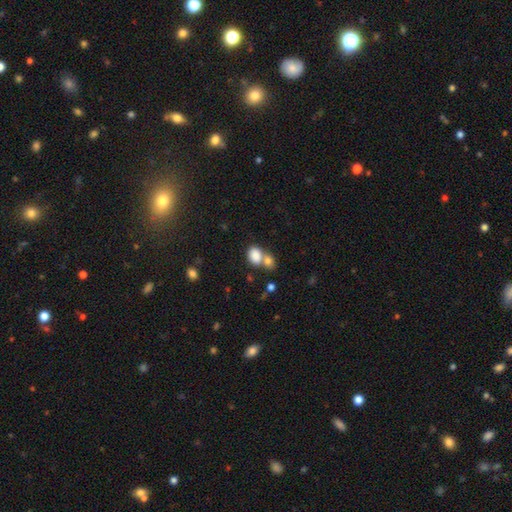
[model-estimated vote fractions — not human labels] Smooth or featured?
  - smooth: 83% *
  - star or artifact: 9%
  - featured or disk: 8%
How rounded?
  - in between: 71% *
  - round: 28%
  - cigar-shaped: 1%
Merging?
  - merger: 50% *
  - none: 36%
  - minor disturbance: 9%
  - major disturbance: 5%